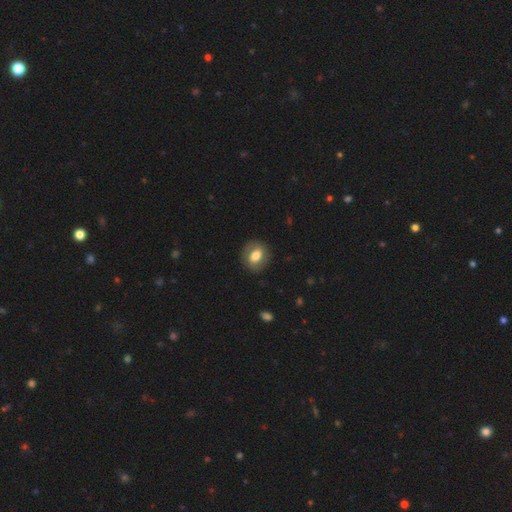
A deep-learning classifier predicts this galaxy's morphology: smooth_or_featured: smooth (p=0.66) [alt: featured or disk p=0.27]
how_rounded: round (p=0.55) [alt: in between p=0.43]
merging: none (p=0.85) [alt: minor disturbance p=0.10]